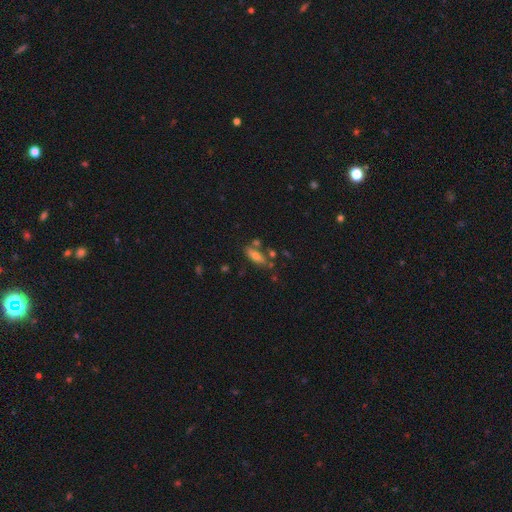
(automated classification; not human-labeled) smooth-or-featured: smooth: 65% | featured or disk: 25% | star or artifact: 9%
  how-rounded: in between: 62% | cigar-shaped: 35% | round: 3%
  merging: none: 64% | minor disturbance: 16% | merger: 15% | major disturbance: 5%